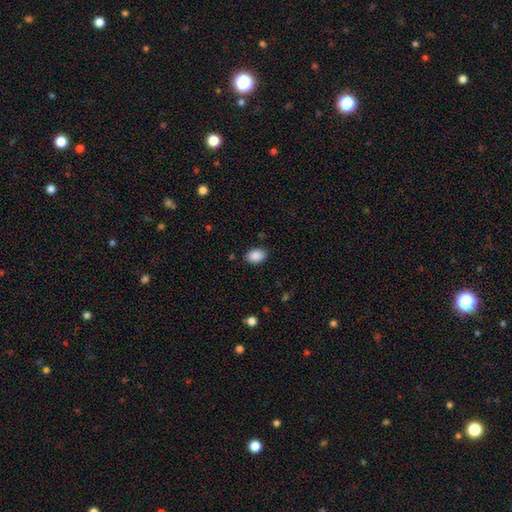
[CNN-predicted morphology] A smooth galaxy with no disk features (90%) that is in between round and cigar-shaped (85%).

Vote fractions:
- Smooth or featured? smooth: 90% / star or artifact: 8% / featured or disk: 3%
- How rounded? in between: 85% / round: 14% / cigar-shaped: 1%
- Merging? none: 86% / minor disturbance: 10% / major disturbance: 2% / merger: 1%